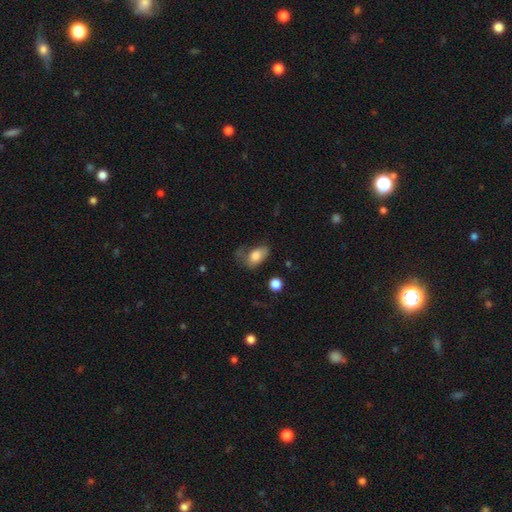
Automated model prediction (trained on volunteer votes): smooth_or_featured: smooth (p=0.76) [alt: featured or disk p=0.16]
how_rounded: in between (p=0.88) [alt: round p=0.10]
merging: major disturbance (p=0.36) [alt: minor disturbance p=0.30]